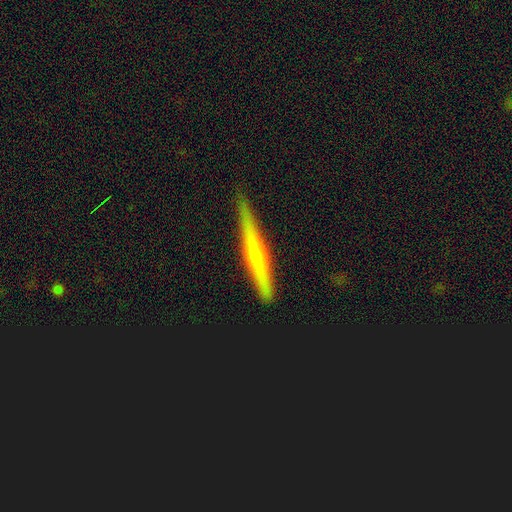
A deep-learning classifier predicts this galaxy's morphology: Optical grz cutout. It shows a featured or disk galaxy (49%). Merging: none (83%).